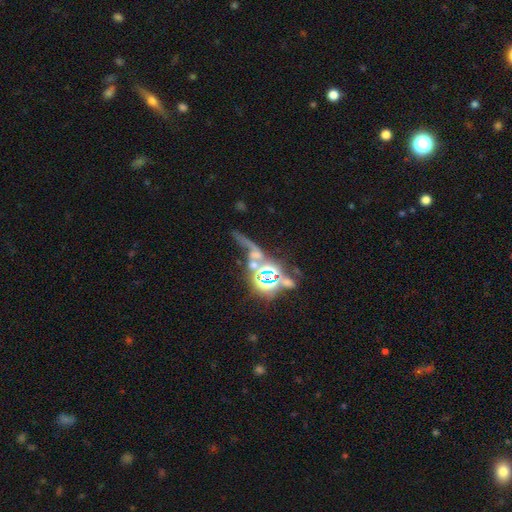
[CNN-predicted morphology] Smooth or featured?
  - star or artifact: 59% *
  - featured or disk: 23%
  - smooth: 18%